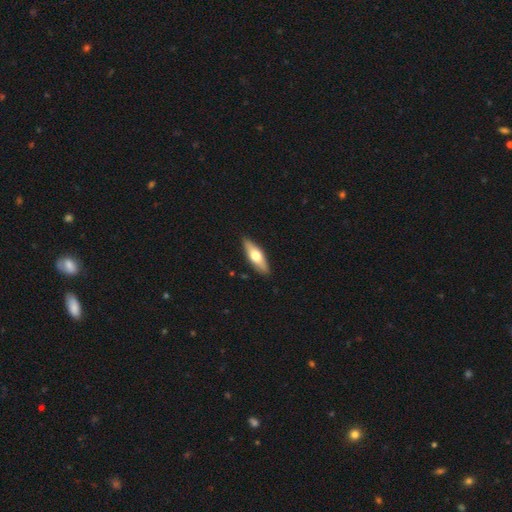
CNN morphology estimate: A smooth galaxy with no disk features (56%) that is in between round and cigar-shaped (55%). Merging: none (89%).